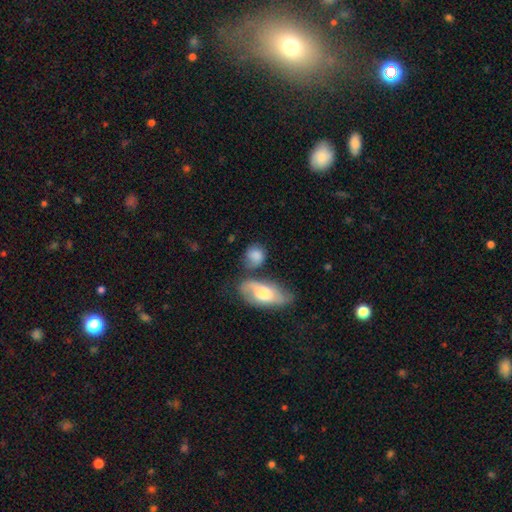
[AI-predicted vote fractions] smooth_or_featured: smooth (p=0.77) [alt: featured or disk p=0.16]
how_rounded: round (p=0.50) [alt: in between p=0.46]
merging: none (p=0.55) [alt: minor disturbance p=0.20]